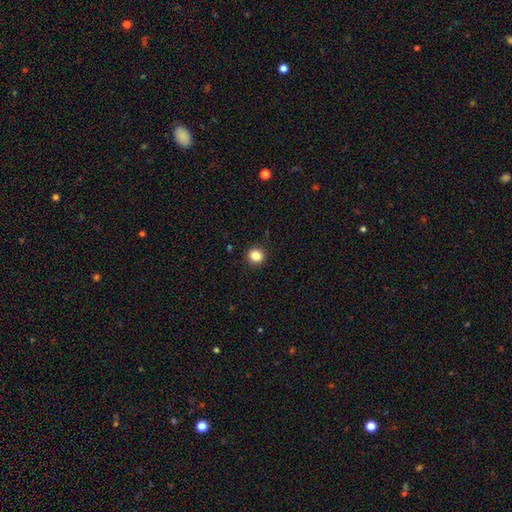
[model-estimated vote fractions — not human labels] Overall: smooth (85%). How rounded: round (84%). Merging: none (91%).